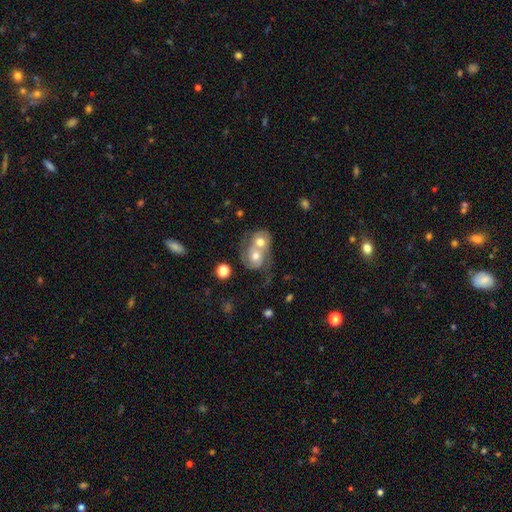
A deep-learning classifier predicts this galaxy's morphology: Smooth or featured?
  - featured or disk: 56% *
  - smooth: 36%
  - star or artifact: 7%
Edge-on disk?
  - no: 97% *
  - yes: 3%
Bar?
  - no: 79% *
  - weak: 17%
  - strong: 3%
Spiral arms?
  - yes: 76% *
  - no: 24%
Bulge size?
  - moderate: 65% *
  - small: 16%
  - large: 13%
  - none: 3%
  - dominant: 2%
Merging?
  - merger: 75% *
  - none: 12%
  - major disturbance: 7%
  - minor disturbance: 6%